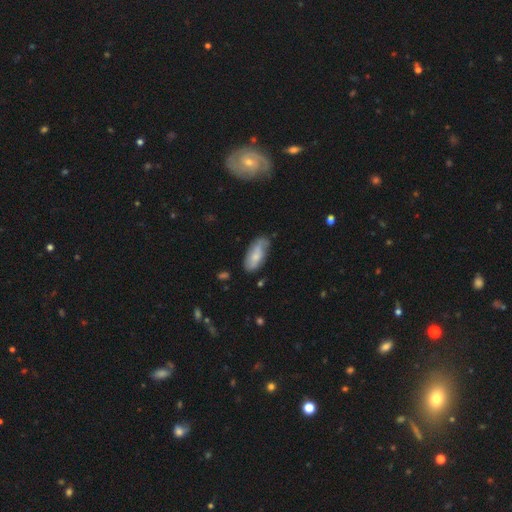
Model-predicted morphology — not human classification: Overall: smooth (64%; featured or disk 30%). How rounded: in between (85%). Merging: none (63%; minor disturbance 28%).